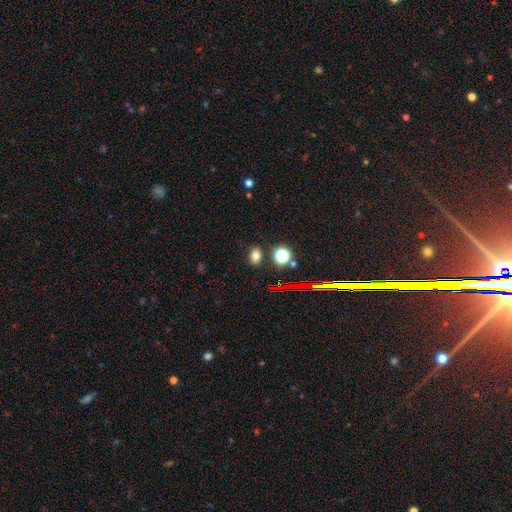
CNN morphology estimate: Smooth or featured? Predicted: smooth (p=0.74). How rounded? Predicted: in between (p=0.68). Merging? Predicted: none (p=0.83).